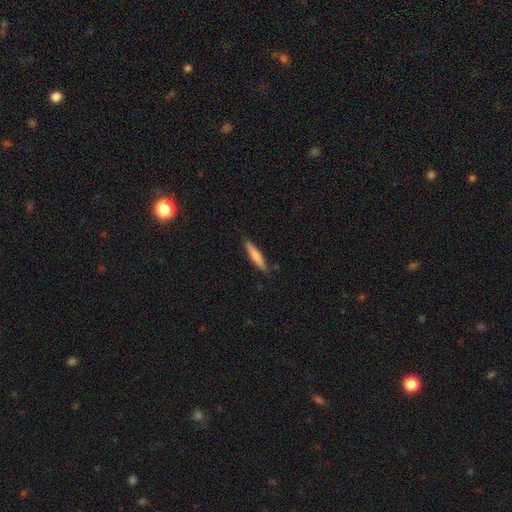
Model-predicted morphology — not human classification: Smooth or featured? smooth (74%)
How rounded? cigar-shaped (88%)
Merging? none (85%)